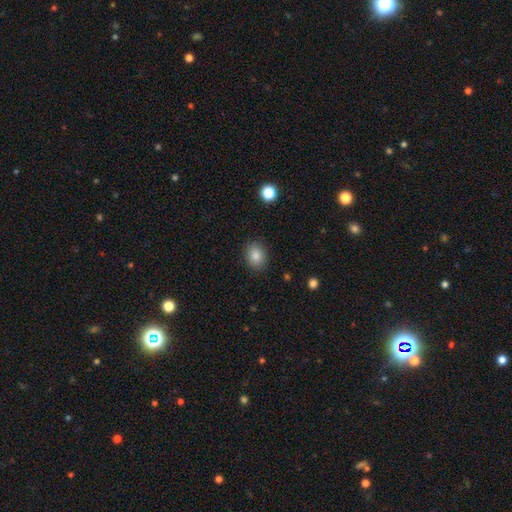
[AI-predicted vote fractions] Q: Smooth or featured?
A: smooth (85%); runner-up: star or artifact (9%)
Q: How rounded?
A: in between (51%); runner-up: round (49%)
Q: Merging?
A: none (87%); runner-up: minor disturbance (9%)